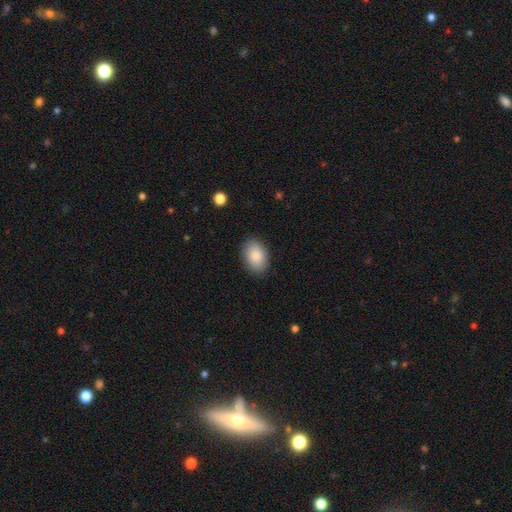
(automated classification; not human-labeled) Morphology: type=smooth (86%); roundness=in between (87%); merging=none (87%).